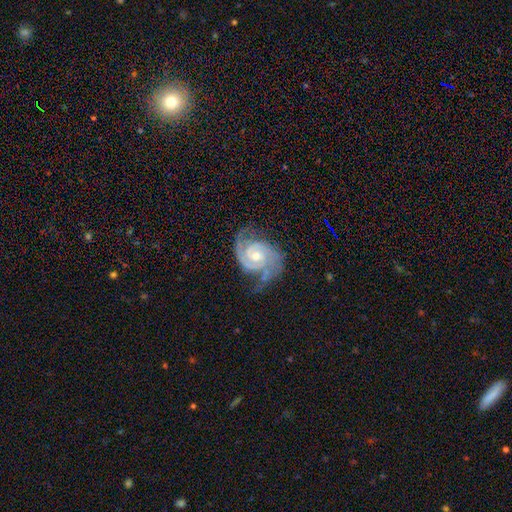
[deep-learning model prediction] smooth_or_featured: featured or disk (p=0.91) [alt: star or artifact p=0.05]
disk_edge_on: no (p=0.98) [alt: yes p=0.02]
bar: no (p=0.59) [alt: weak p=0.34]
has_spiral_arms: yes (p=0.98) [alt: no p=0.02]
spiral_winding: tight (p=0.55) [alt: medium p=0.38]
spiral_arm_count: 2 (p=0.78) [alt: 3 p=0.09]
bulge_size: moderate (p=0.60) [alt: small p=0.35]
merging: none (p=0.62) [alt: minor disturbance p=0.23]